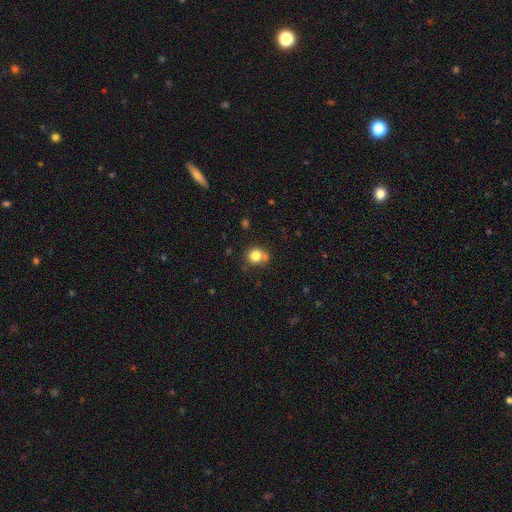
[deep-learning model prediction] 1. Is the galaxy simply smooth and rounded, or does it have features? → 81% smooth, 12% star or artifact, 8% featured or disk.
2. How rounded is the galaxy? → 87% round, 12% in between, 1% cigar-shaped.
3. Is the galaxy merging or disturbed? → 66% none, 16% merger, 14% minor disturbance, 4% major disturbance.